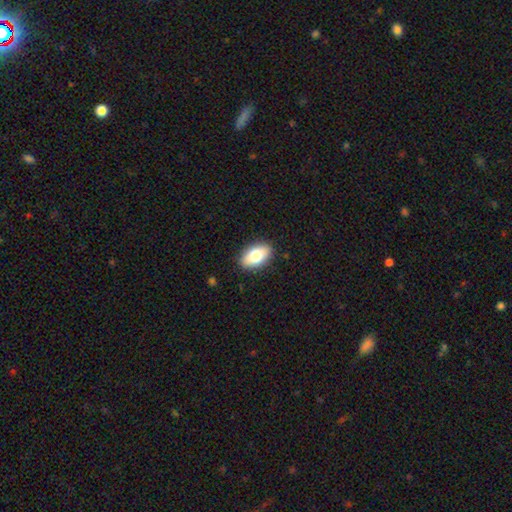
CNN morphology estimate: Smooth or featured: smooth — 76% (featured or disk — 17%)
How rounded: in between — 90% (round — 7%)
Merging: none — 88% (minor disturbance — 9%)